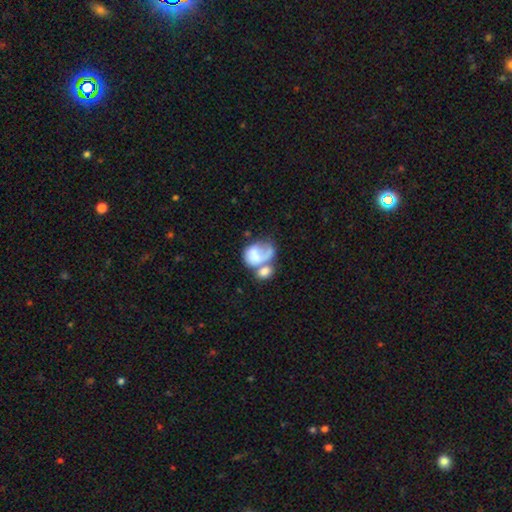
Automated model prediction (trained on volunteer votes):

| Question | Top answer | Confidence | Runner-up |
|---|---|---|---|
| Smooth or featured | smooth | 54% | featured or disk (38%) |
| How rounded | in between | 63% | round (36%) |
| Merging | merger | 52% | major disturbance (24%) |